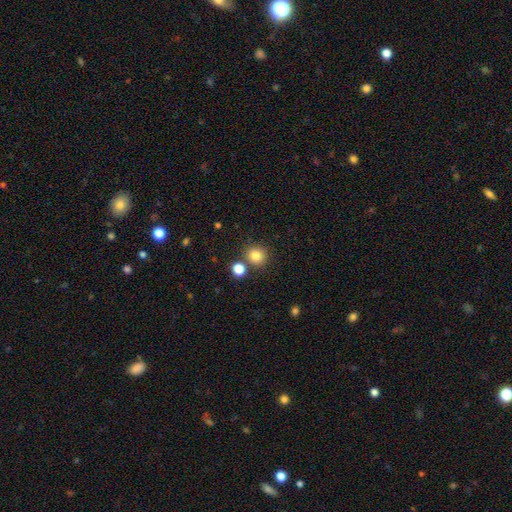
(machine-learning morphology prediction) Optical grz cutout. It shows a smooth galaxy with no disk features (83%) that is round (89%). Merging: none (79%).